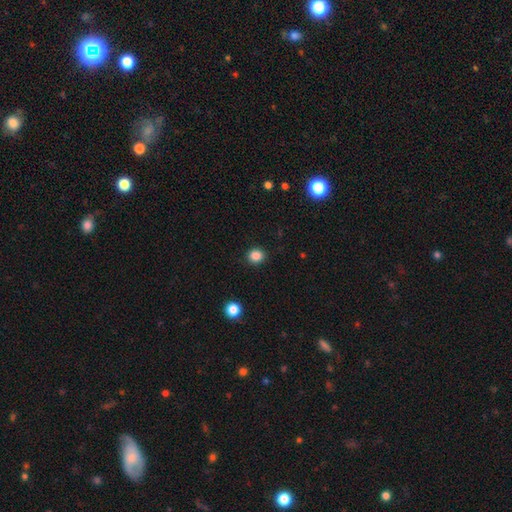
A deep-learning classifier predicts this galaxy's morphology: smooth 86%, star or artifact 11%, featured or disk 3%. Down the decision tree: how rounded — round (80%); merging — none (90%).